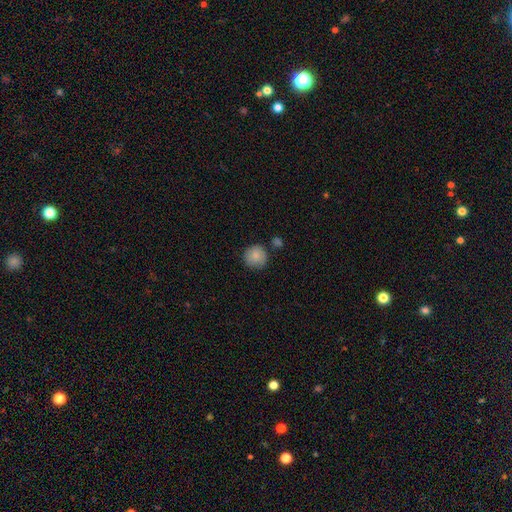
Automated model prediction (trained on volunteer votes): A smooth galaxy with no disk features (83%) that is round (92%).

Vote fractions:
- Smooth or featured? smooth: 83% / featured or disk: 9% / star or artifact: 8%
- How rounded? round: 92% / in between: 7% / cigar-shaped: 1%
- Merging? none: 75% / minor disturbance: 17% / merger: 5% / major disturbance: 3%